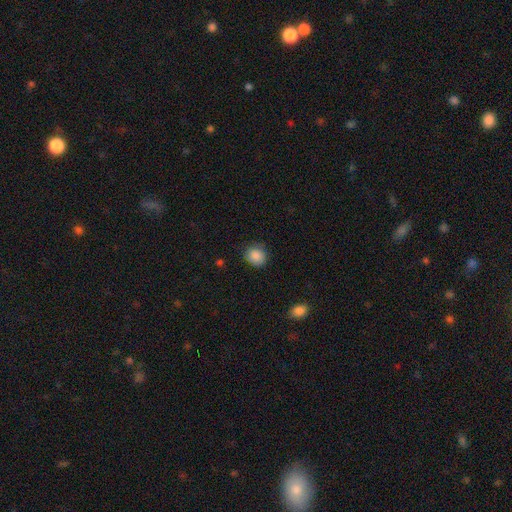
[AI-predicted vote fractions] A smooth galaxy with no disk features (87%) that is round (79%).

Vote fractions:
- Smooth or featured? smooth: 87% / star or artifact: 9% / featured or disk: 4%
- How rounded? round: 79% / in between: 20% / cigar-shaped: 1%
- Merging? none: 79% / minor disturbance: 16% / major disturbance: 3% / merger: 1%